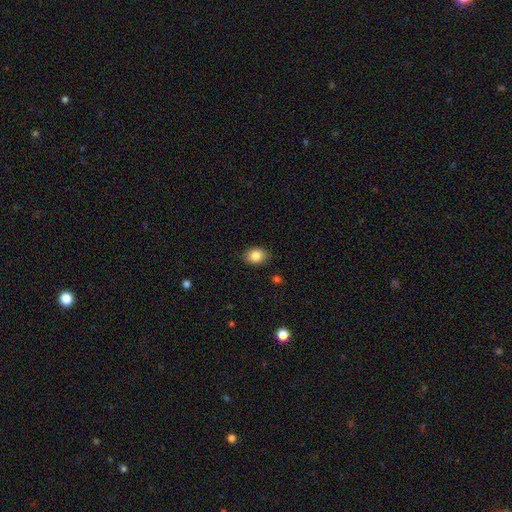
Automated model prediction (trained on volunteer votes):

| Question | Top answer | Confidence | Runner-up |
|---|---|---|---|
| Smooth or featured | smooth | 85% | star or artifact (9%) |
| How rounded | in between | 57% | round (42%) |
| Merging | none | 87% | minor disturbance (10%) |